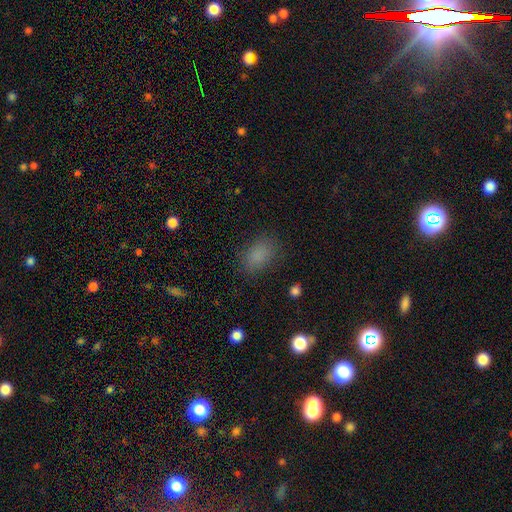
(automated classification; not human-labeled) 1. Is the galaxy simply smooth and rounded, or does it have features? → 80% smooth, 15% star or artifact, 5% featured or disk.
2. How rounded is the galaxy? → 80% in between, 19% round, 2% cigar-shaped.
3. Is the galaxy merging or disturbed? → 83% none, 12% minor disturbance, 4% major disturbance, 1% merger.